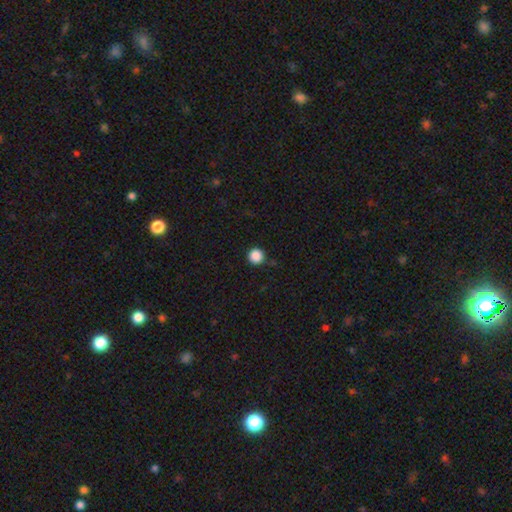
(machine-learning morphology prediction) Smooth or featured? Predicted: smooth (p=0.87). How rounded? Predicted: round (p=0.96). Merging? Predicted: none (p=0.88).